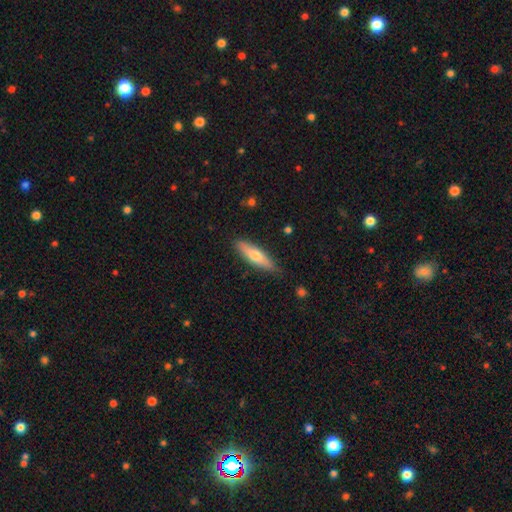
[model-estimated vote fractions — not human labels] This appears to be a smooth galaxy with no disk features (63%) that is cigar-shaped (66%). Merging: none (82%).